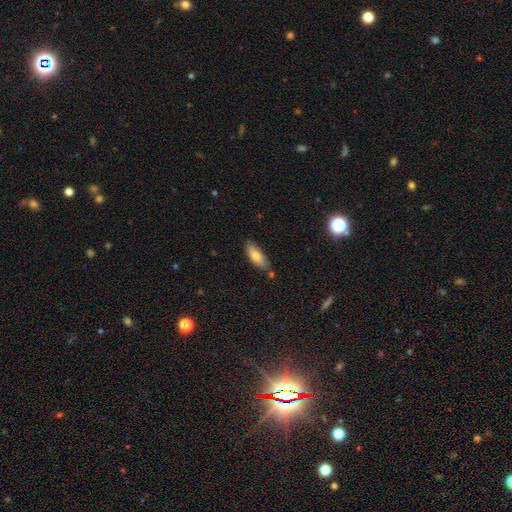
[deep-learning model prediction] Q: Smooth or featured?
A: smooth (75%); runner-up: featured or disk (18%)
Q: How rounded?
A: in between (68%); runner-up: cigar-shaped (29%)
Q: Merging?
A: none (79%); runner-up: minor disturbance (14%)